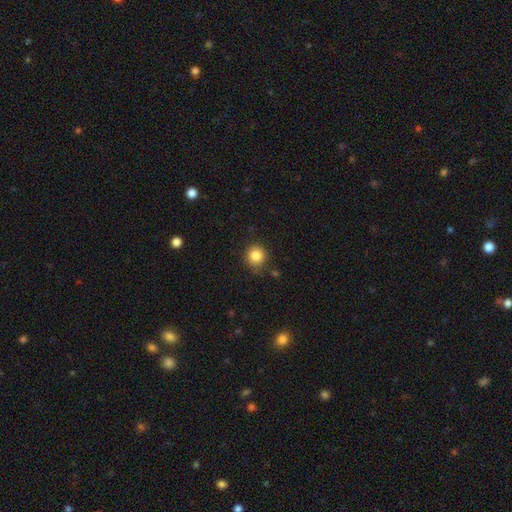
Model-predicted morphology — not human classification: Smooth or featured? smooth (84%)
How rounded? round (91%)
Merging? none (85%)